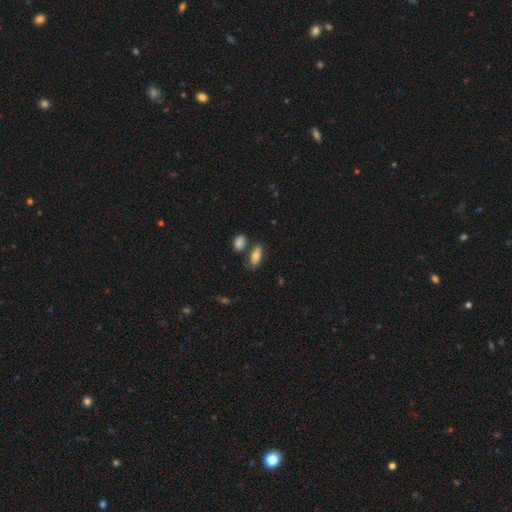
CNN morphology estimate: smooth-or-featured: smooth: 77% | featured or disk: 16% | star or artifact: 7%
  how-rounded: in between: 82% | cigar-shaped: 13% | round: 4%
  merging: none: 68% | minor disturbance: 15% | merger: 13% | major disturbance: 4%